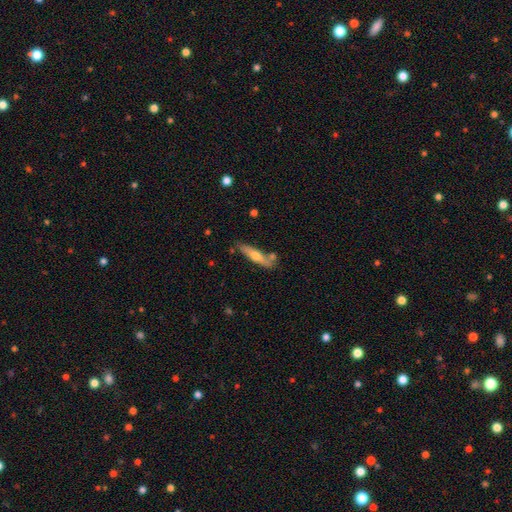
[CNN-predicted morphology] This appears to be a smooth galaxy with no disk features (47%, tied with featured or disk). Merging: none (71%).